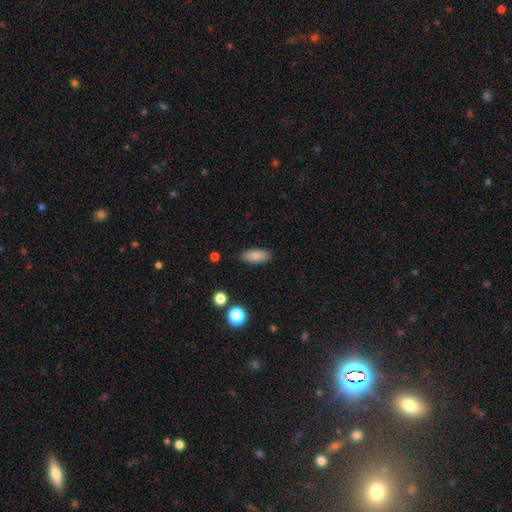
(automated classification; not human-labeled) Overall: smooth (85%). How rounded: in between (85%). Merging: none (88%).